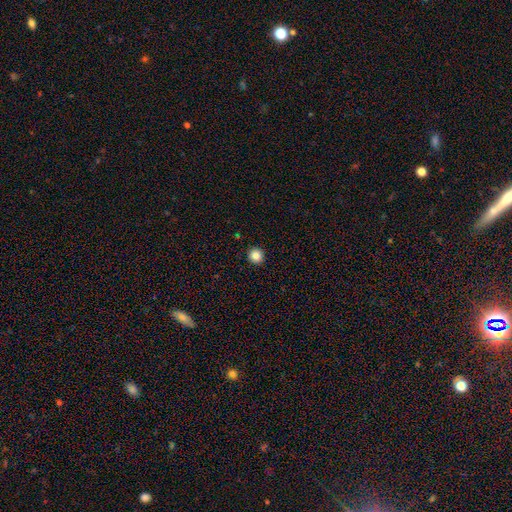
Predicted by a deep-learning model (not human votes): A smooth galaxy with no disk features (85%) that is round (93%).

Vote fractions:
- Smooth or featured? smooth: 85% / star or artifact: 10% / featured or disk: 4%
- How rounded? round: 93% / in between: 6% / cigar-shaped: 1%
- Merging? none: 93% / minor disturbance: 4% / major disturbance: 1% / merger: 1%